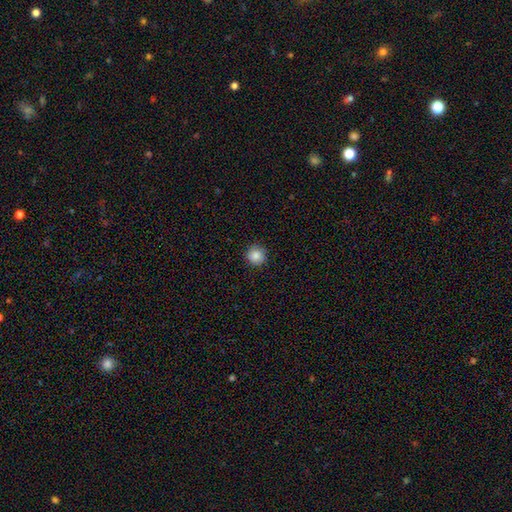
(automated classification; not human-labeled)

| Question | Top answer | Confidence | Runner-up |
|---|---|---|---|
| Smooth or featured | smooth | 83% | star or artifact (9%) |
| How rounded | round | 94% | in between (5%) |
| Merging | none | 87% | minor disturbance (10%) |